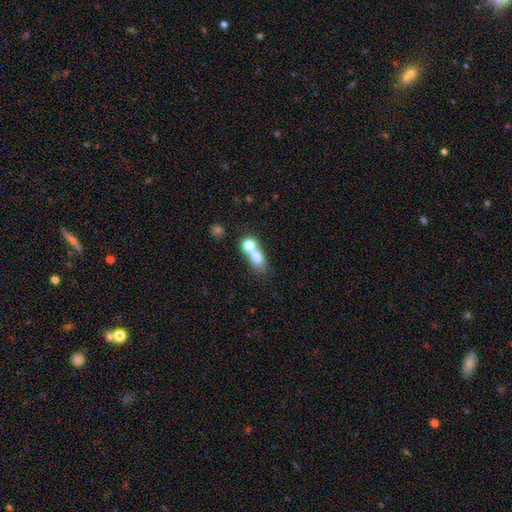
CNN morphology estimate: smooth 69%, featured or disk 19%, star or artifact 12%. Down the decision tree: how rounded — in between (62%); merging — merger (56%).